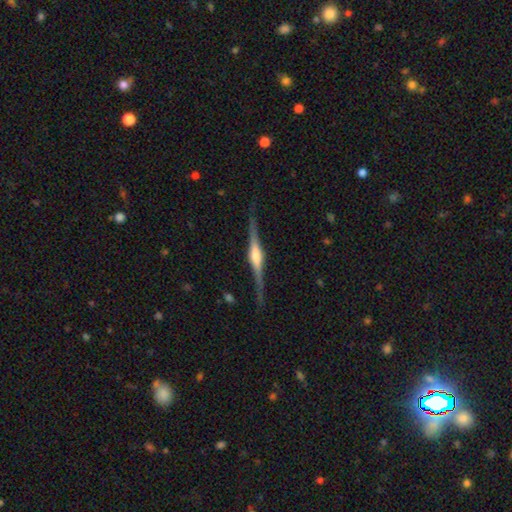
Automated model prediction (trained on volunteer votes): The model was most divided on "edge-on bulge": rounded: 80%, boxy: 16%, none: 4%. More confident: edge-on disk — yes (98%); merging — none (85%); smooth or featured — featured or disk (83%).